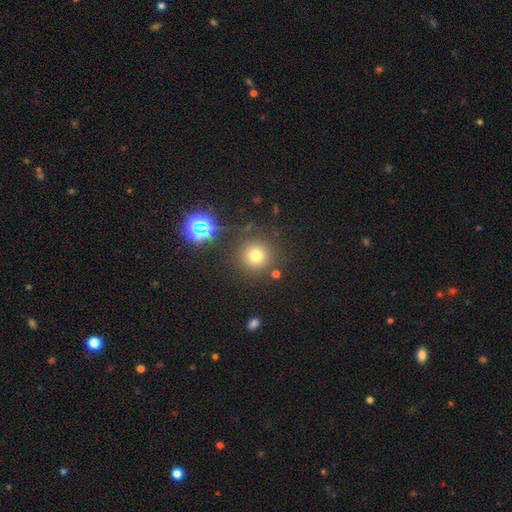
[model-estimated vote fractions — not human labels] This is likely a smooth galaxy (72%). How rounded: clearly round (95%). Merging: clearly none (85%).